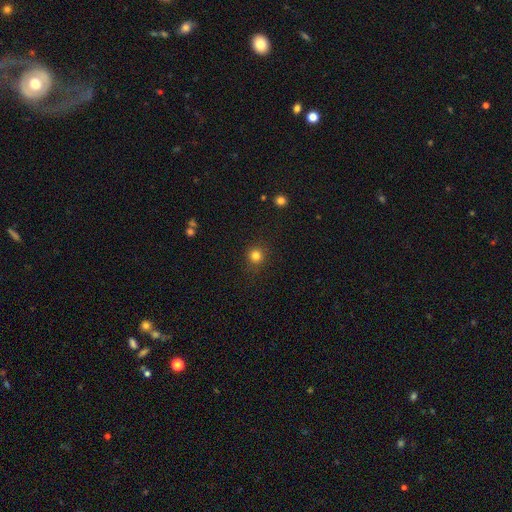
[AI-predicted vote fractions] This appears to be a smooth galaxy with no disk features (82%) that is round (93%). Merging: none (88%).